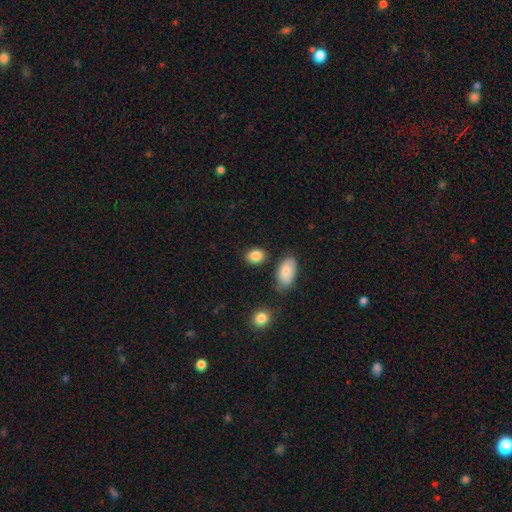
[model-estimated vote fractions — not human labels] A smooth galaxy with no disk features (86%) that is in between round and cigar-shaped (65%).

Vote fractions:
- Smooth or featured? smooth: 86% / star or artifact: 8% / featured or disk: 5%
- How rounded? in between: 65% / round: 34% / cigar-shaped: 1%
- Merging? none: 81% / minor disturbance: 11% / merger: 5% / major disturbance: 3%